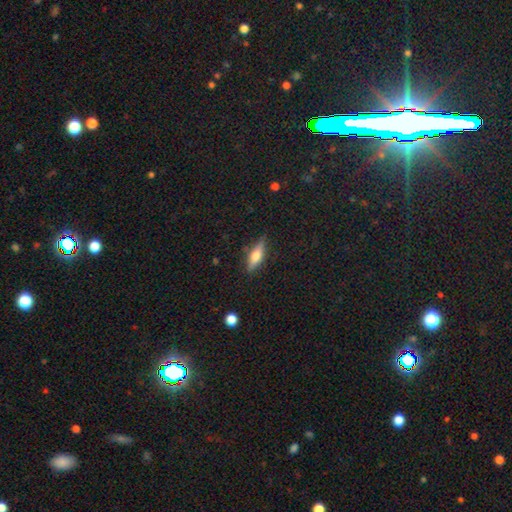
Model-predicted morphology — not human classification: This appears to be a smooth galaxy with no disk features (51%) that is cigar-shaped (53%). Merging: none (83%).